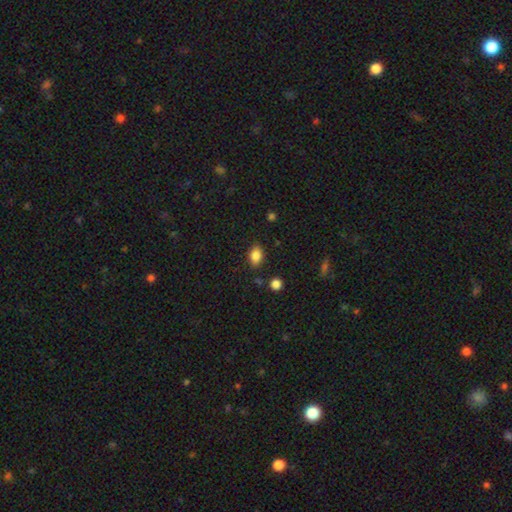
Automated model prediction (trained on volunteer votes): smooth_or_featured: smooth (p=0.85) [alt: star or artifact p=0.09]
how_rounded: in between (p=0.80) [alt: round p=0.18]
merging: none (p=0.83) [alt: minor disturbance p=0.11]